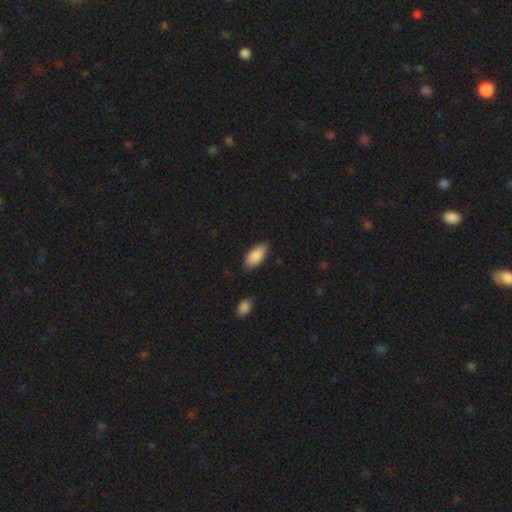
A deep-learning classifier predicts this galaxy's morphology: smooth_or_featured: smooth (p=0.88) [alt: star or artifact p=0.06]
how_rounded: in between (p=0.92) [alt: cigar-shaped p=0.06]
merging: none (p=0.82) [alt: minor disturbance p=0.13]